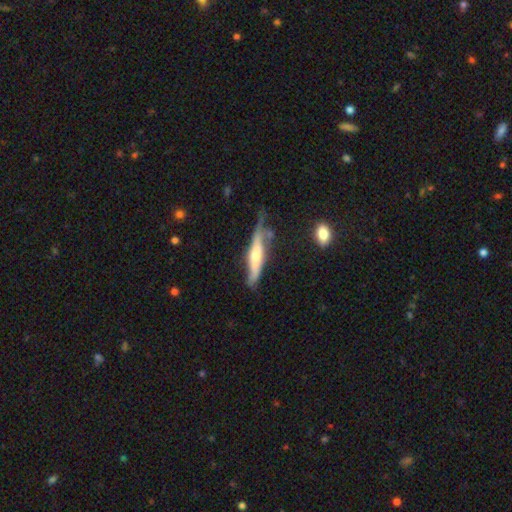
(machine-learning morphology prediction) Overall: featured or disk (66%; smooth 28%). Edge-on disk: yes (85%). Edge-on bulge: rounded (72%). Merging: none (59%; minor disturbance 28%).